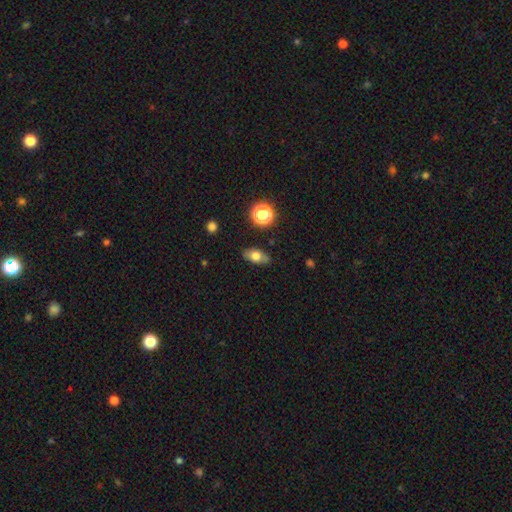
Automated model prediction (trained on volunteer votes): Smooth or featured: smooth — 69% (featured or disk — 21%)
How rounded: in between — 79% (round — 13%)
Merging: none — 81% (minor disturbance — 14%)